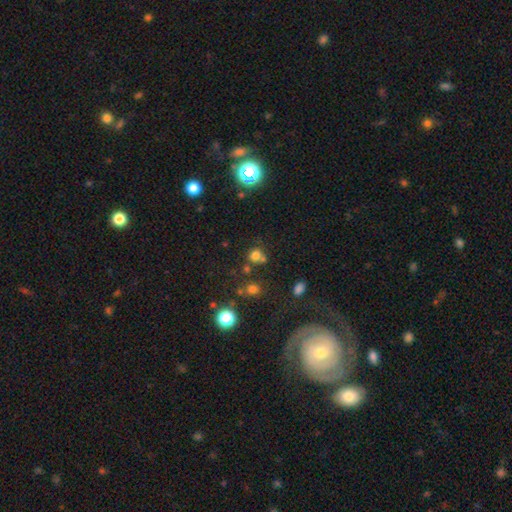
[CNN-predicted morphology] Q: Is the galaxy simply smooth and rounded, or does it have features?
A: smooth — 71%.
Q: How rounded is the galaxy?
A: round — 80%.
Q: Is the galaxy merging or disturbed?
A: none — 56%.